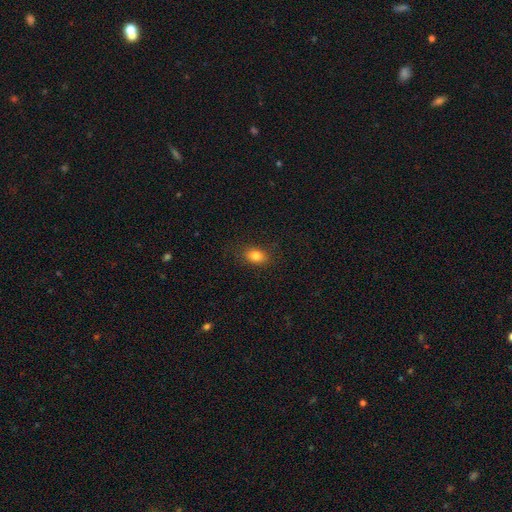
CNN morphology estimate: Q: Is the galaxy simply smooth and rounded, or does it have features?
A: smooth — 83%.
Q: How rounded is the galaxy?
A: in between — 78%.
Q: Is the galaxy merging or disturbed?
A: none — 85%.